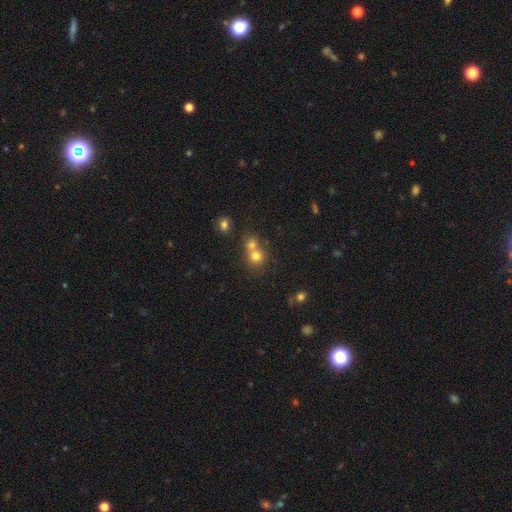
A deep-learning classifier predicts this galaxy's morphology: Q: Smooth or featured?
A: smooth (74%); runner-up: star or artifact (15%)
Q: How rounded?
A: round (86%); runner-up: in between (13%)
Q: Merging?
A: merger (51%); runner-up: none (41%)